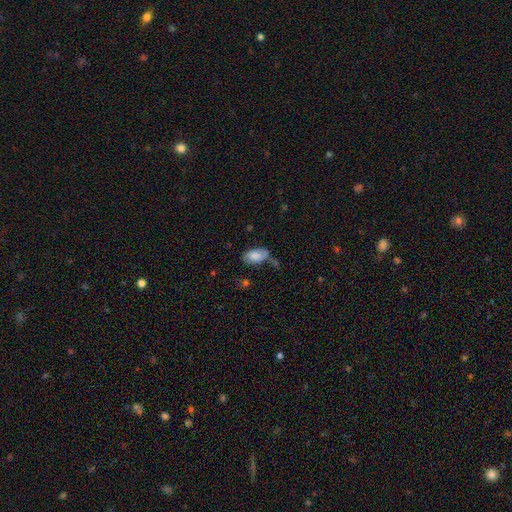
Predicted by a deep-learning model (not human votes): Smooth or featured: smooth — 78% (featured or disk — 15%)
How rounded: in between — 93% (round — 4%)
Merging: none — 51% (minor disturbance — 28%)